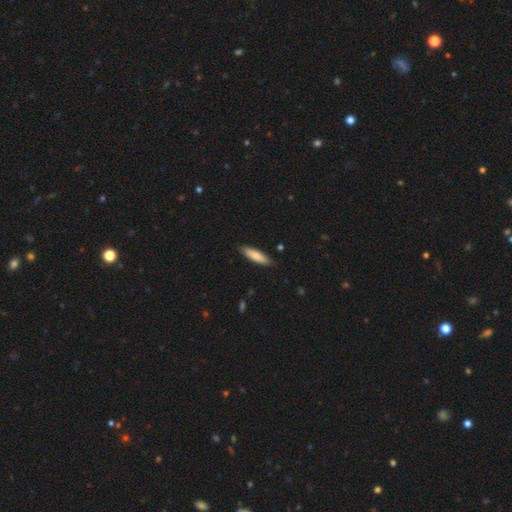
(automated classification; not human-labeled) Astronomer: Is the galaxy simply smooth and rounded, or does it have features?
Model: smooth — 80%.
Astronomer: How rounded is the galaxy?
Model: cigar-shaped — 69%.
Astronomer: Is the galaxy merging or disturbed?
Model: none — 88%.